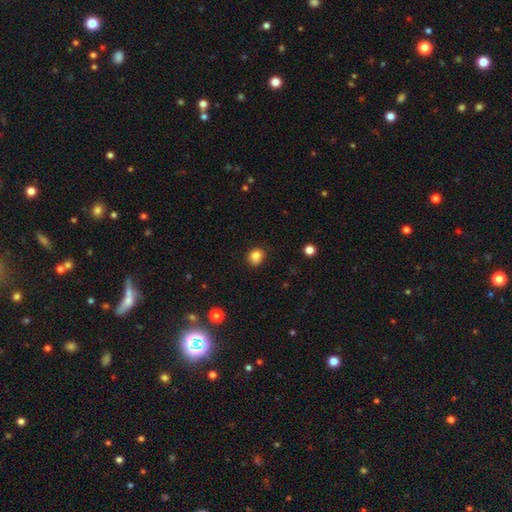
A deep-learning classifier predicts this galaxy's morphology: This is clearly a smooth galaxy (85%). How rounded: likely round (71%). Merging: clearly none (85%).